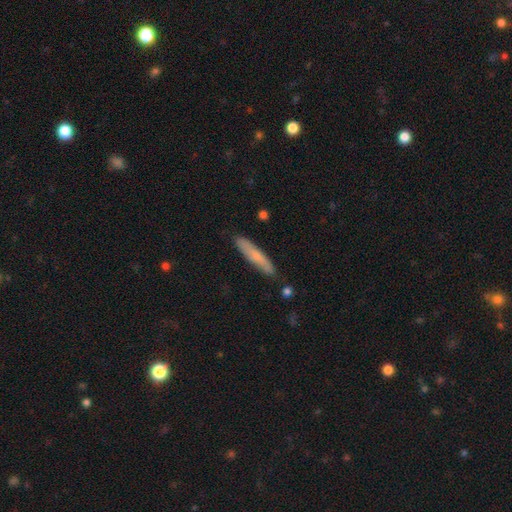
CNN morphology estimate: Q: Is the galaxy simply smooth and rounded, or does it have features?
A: smooth — 66%.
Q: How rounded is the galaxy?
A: cigar-shaped — 90%.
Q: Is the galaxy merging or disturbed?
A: none — 85%.